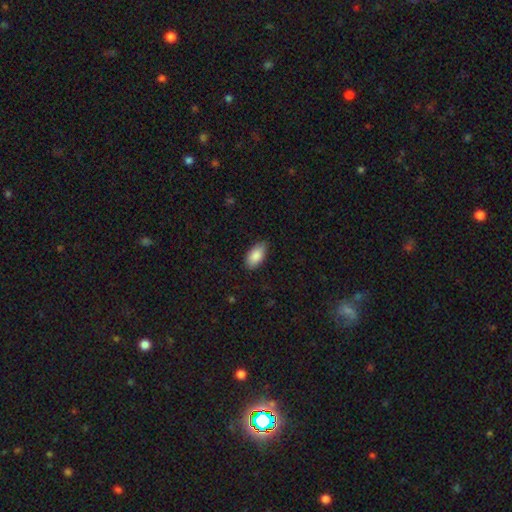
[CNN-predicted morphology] A smooth galaxy with no disk features (87%) that is in between round and cigar-shaped (94%).

Vote fractions:
- Smooth or featured? smooth: 87% / star or artifact: 7% / featured or disk: 6%
- How rounded? in between: 94% / cigar-shaped: 3% / round: 3%
- Merging? none: 76% / minor disturbance: 20% / major disturbance: 3% / merger: 1%